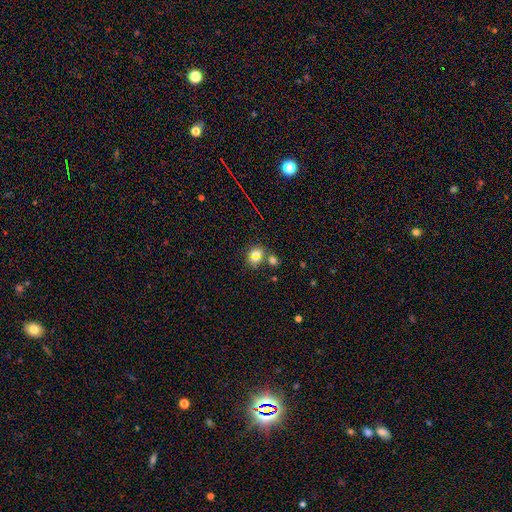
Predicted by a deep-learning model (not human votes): smooth-or-featured: smooth: 77% | star or artifact: 13% | featured or disk: 10%
  how-rounded: round: 68% | in between: 30% | cigar-shaped: 1%
  merging: none: 55% | merger: 28% | minor disturbance: 12% | major disturbance: 4%